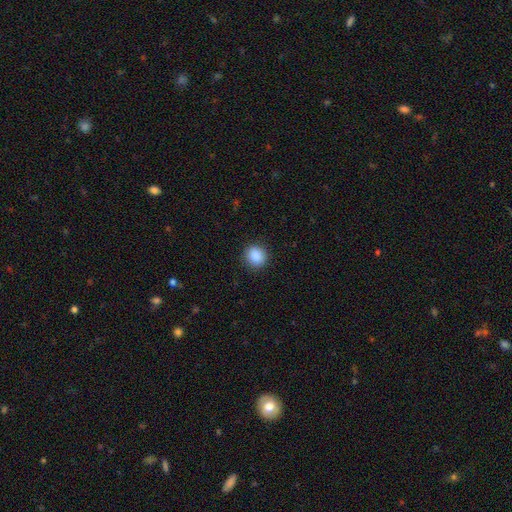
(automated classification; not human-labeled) Smooth or featured: smooth — 89% (star or artifact — 8%)
How rounded: round — 83% (in between — 16%)
Merging: none — 90% (minor disturbance — 7%)